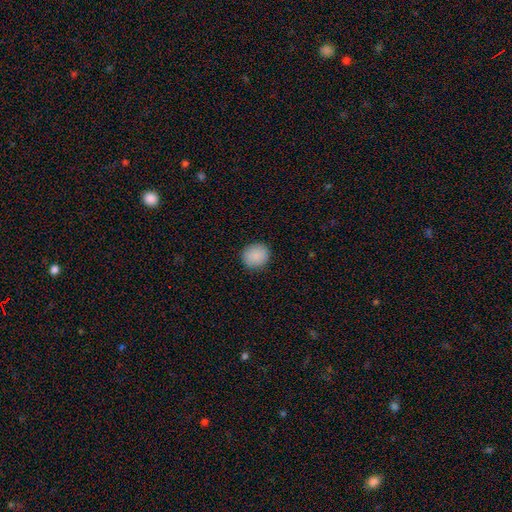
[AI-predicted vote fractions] Smooth or featured? smooth (88%)
How rounded? round (87%)
Merging? none (91%)